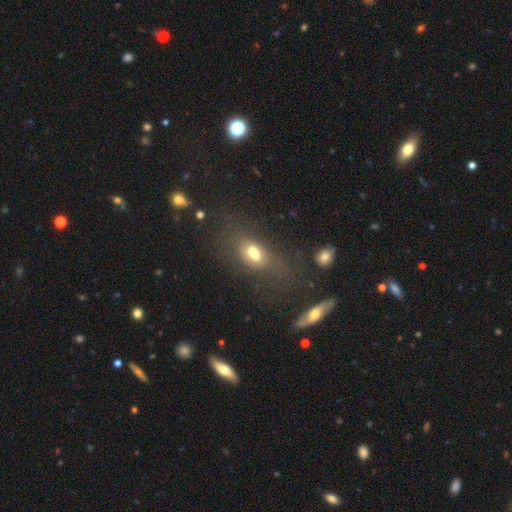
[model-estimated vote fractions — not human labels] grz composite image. It shows a smooth galaxy with no disk features (58%) that is in between round and cigar-shaped (62%). Merging: merger (62%).